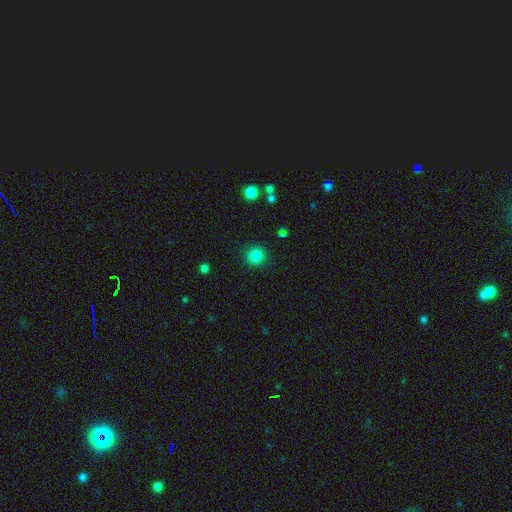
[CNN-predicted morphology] smooth_or_featured: smooth (p=0.84) [alt: star or artifact p=0.11]
how_rounded: round (p=0.93) [alt: in between p=0.06]
merging: none (p=0.91) [alt: minor disturbance p=0.06]